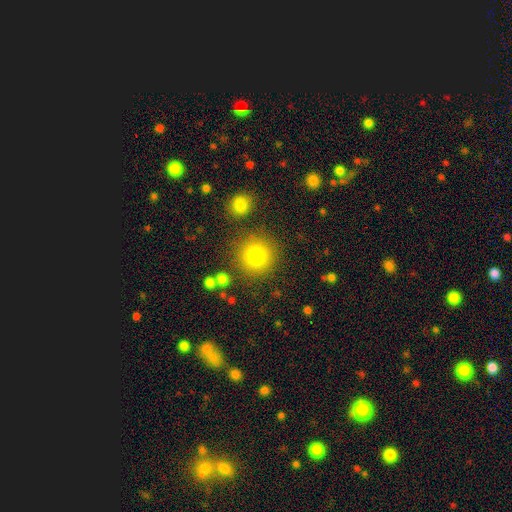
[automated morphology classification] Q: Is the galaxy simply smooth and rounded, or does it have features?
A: smooth — 82%.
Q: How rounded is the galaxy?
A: round — 94%.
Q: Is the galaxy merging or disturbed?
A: none — 84%.